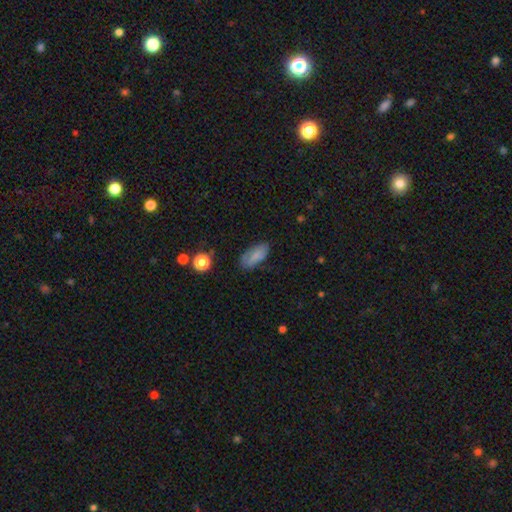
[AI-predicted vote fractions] A smooth galaxy with no disk features (76%) that is in between round and cigar-shaped (89%). Merging: none (73%).